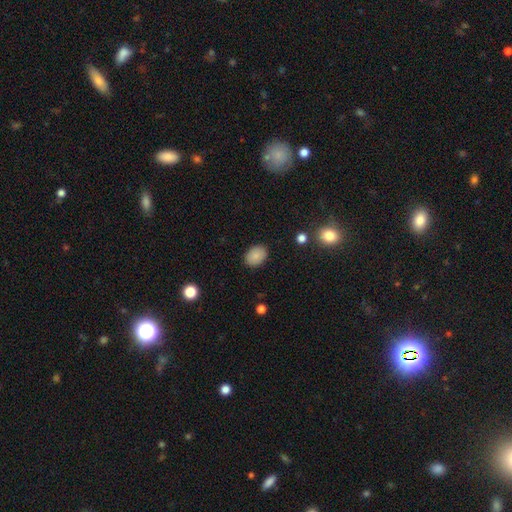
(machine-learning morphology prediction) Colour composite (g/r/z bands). It shows a smooth galaxy with no disk features (85%) that is in between round and cigar-shaped (74%). Merging: none (88%).